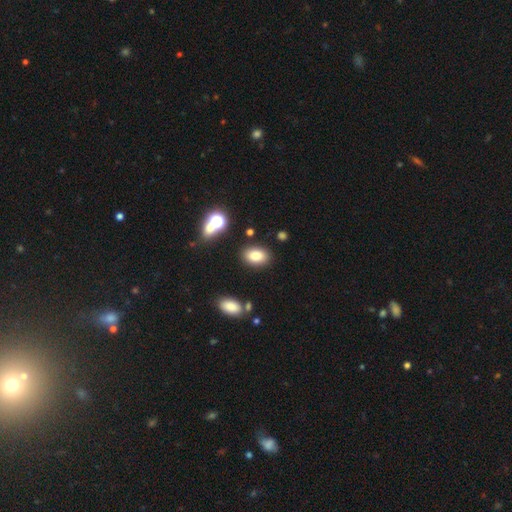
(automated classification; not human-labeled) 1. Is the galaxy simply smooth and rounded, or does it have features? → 81% smooth, 11% star or artifact, 8% featured or disk.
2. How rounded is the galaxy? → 83% in between, 16% round, 1% cigar-shaped.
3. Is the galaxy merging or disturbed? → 84% none, 9% minor disturbance, 4% merger, 3% major disturbance.